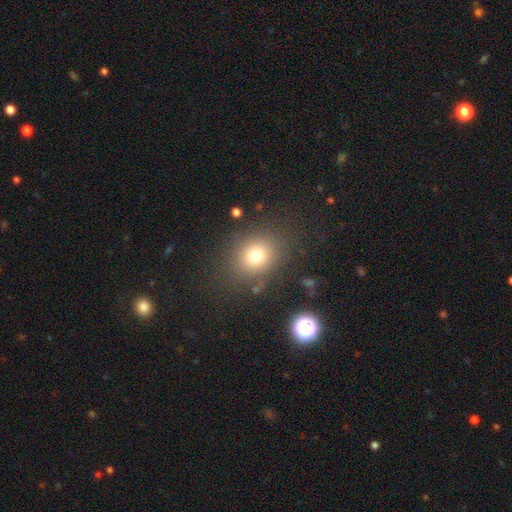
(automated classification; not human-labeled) Smooth or featured: smooth — 75% (star or artifact — 15%)
How rounded: round — 65% (in between — 34%)
Merging: none — 81% (minor disturbance — 11%)